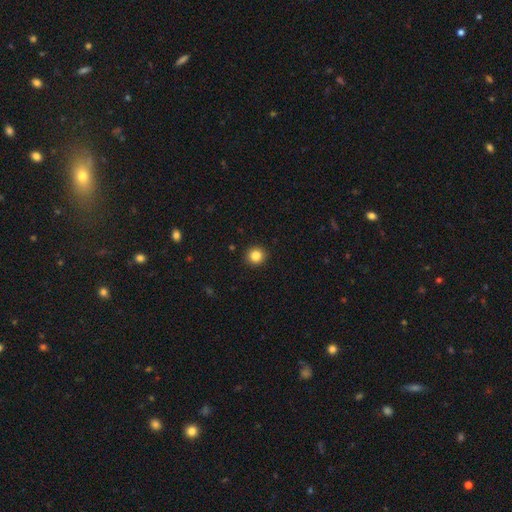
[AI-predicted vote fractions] Smooth or featured? Predicted: smooth (p=0.84). How rounded? Predicted: round (p=0.93). Merging? Predicted: none (p=0.93).